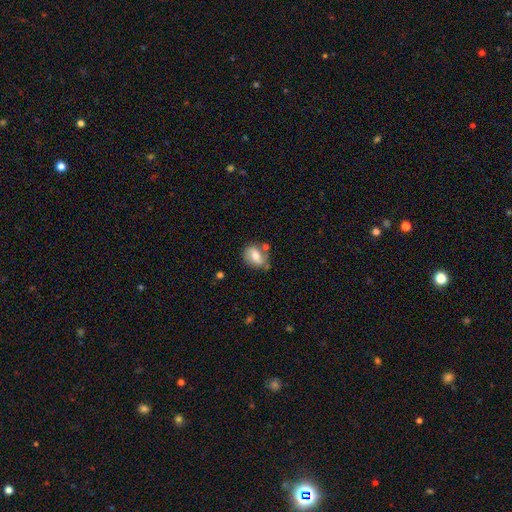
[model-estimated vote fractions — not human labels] Smooth or featured?
  - smooth: 60% *
  - featured or disk: 32%
  - star or artifact: 8%
How rounded?
  - in between: 64% *
  - round: 34%
  - cigar-shaped: 2%
Merging?
  - none: 64% *
  - minor disturbance: 20%
  - merger: 10%
  - major disturbance: 5%